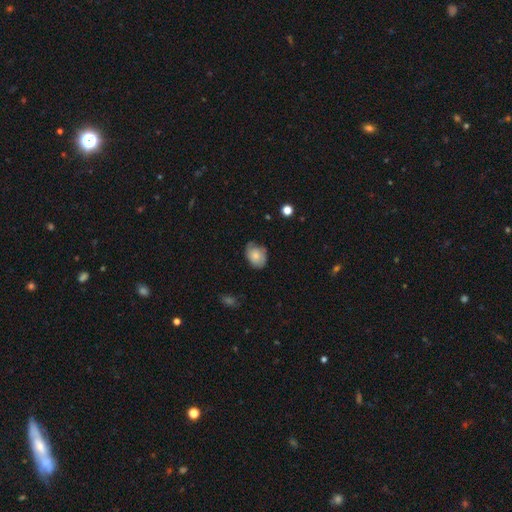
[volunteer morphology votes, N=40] This appears to be a smooth galaxy with no disk features (78%) that is in between round and cigar-shaped (68%). Merging: none (62%).